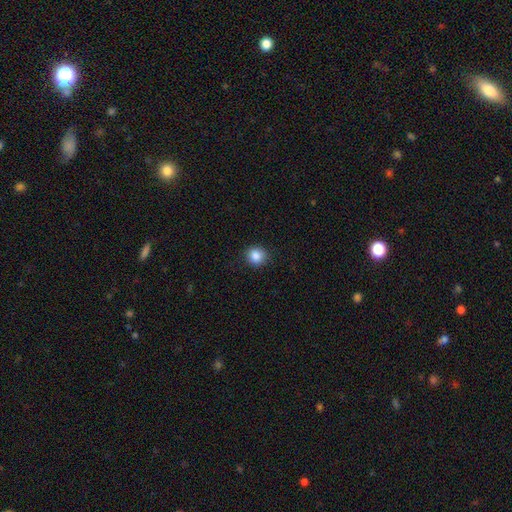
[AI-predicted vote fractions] Q: Smooth or featured?
A: smooth (87%); runner-up: star or artifact (10%)
Q: How rounded?
A: round (87%); runner-up: in between (12%)
Q: Merging?
A: none (87%); runner-up: minor disturbance (9%)